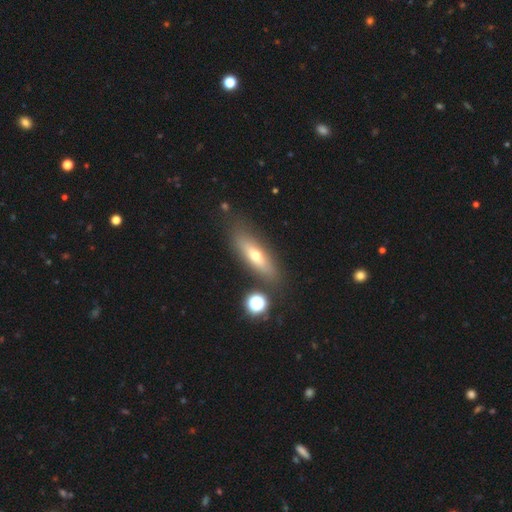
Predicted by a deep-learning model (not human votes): smooth 52%, featured or disk 39%, star or artifact 9%. Down the decision tree: how rounded — cigar-shaped (58%); merging — none (78%).